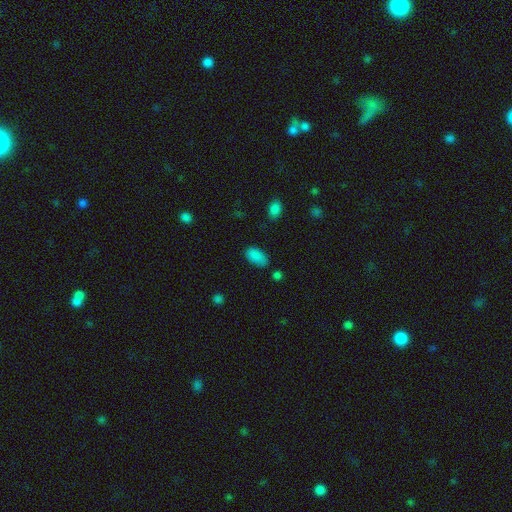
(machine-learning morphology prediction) A smooth galaxy with no disk features (87%) that is in between round and cigar-shaped (94%). Merging: none (76%).